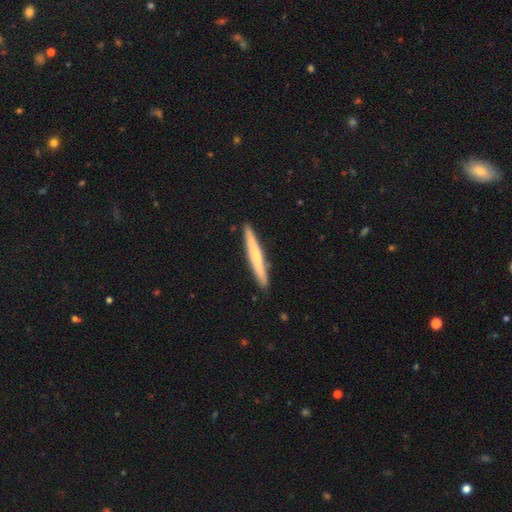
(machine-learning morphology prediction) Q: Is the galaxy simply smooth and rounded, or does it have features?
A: smooth — 54%.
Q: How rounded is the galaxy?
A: cigar-shaped — 97%.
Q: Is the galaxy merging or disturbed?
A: none — 91%.